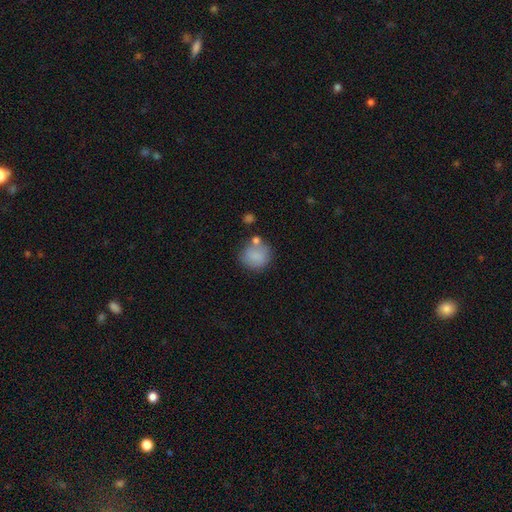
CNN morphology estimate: Smooth or featured: smooth — 83% (star or artifact — 9%)
How rounded: round — 84% (in between — 15%)
Merging: none — 65% (minor disturbance — 16%)